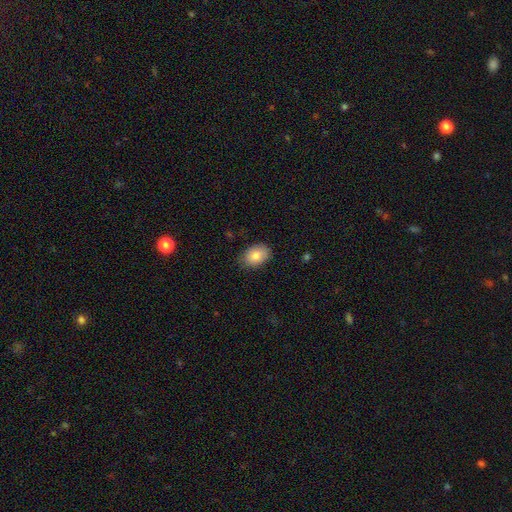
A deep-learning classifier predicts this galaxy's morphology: Smooth or featured: smooth — 83% (featured or disk — 10%)
How rounded: in between — 80% (round — 19%)
Merging: none — 83% (minor disturbance — 14%)